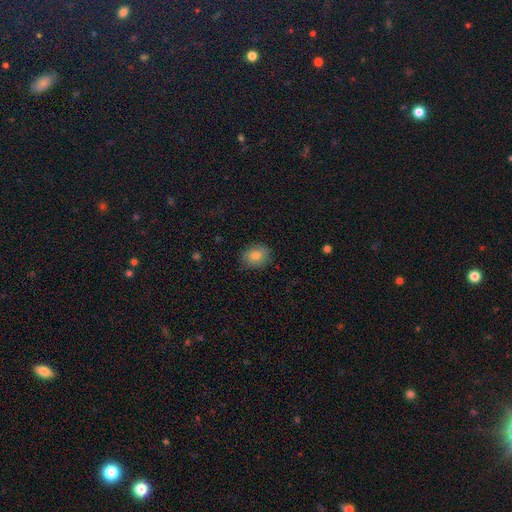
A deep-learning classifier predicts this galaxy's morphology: Smooth or featured: smooth — 77% (featured or disk — 13%)
How rounded: round — 54% (in between — 45%)
Merging: none — 82% (minor disturbance — 14%)